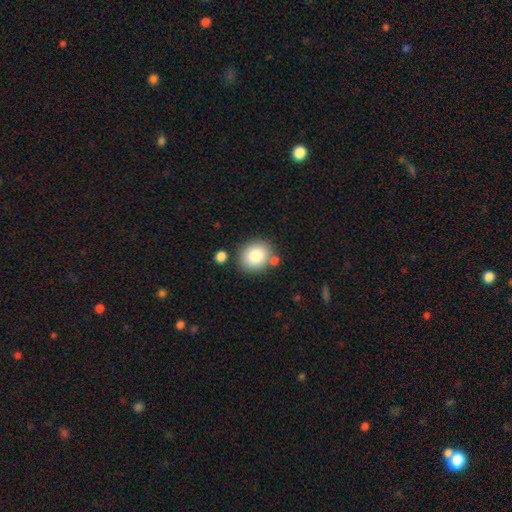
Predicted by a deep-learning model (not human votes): Morphology: type=smooth (82%); roundness=round (74%); merging=none (77%).